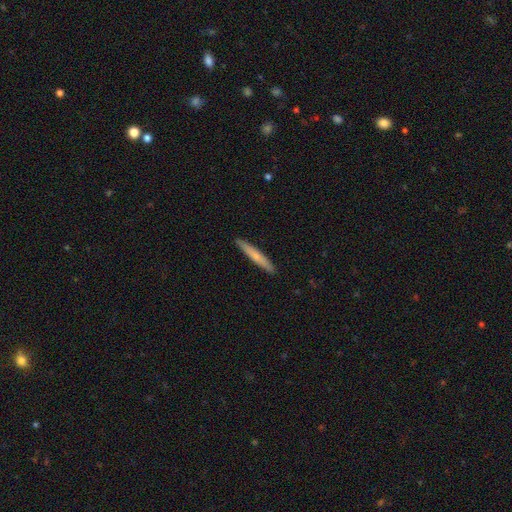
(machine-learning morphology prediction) Smooth or featured? Predicted: smooth (p=0.63). How rounded? Predicted: cigar-shaped (p=0.95). Merging? Predicted: none (p=0.91).